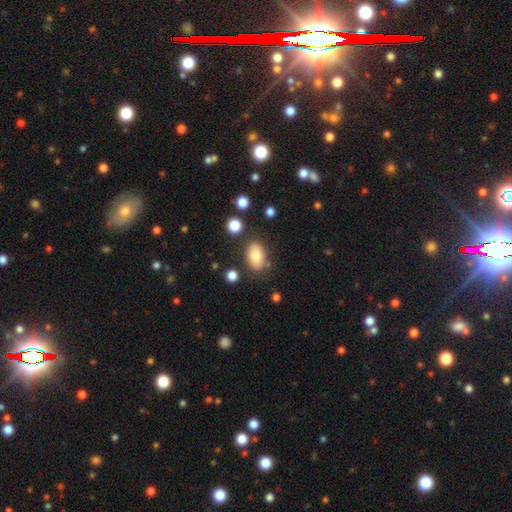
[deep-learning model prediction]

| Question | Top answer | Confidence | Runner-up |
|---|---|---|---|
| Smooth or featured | smooth | 79% | featured or disk (13%) |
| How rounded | in between | 86% | round (12%) |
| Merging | none | 77% | minor disturbance (14%) |